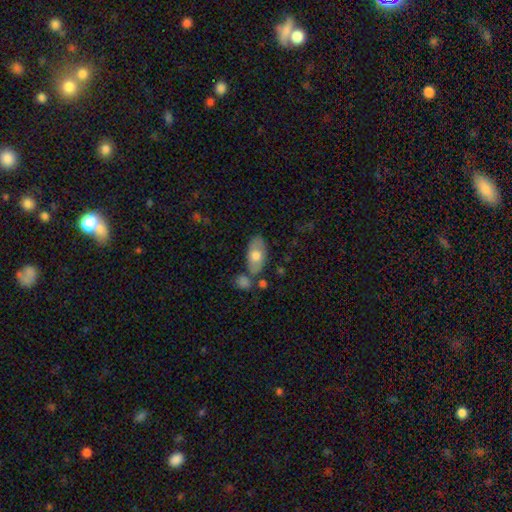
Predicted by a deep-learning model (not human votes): Overall: smooth (63%; featured or disk 31%). How rounded: in between (91%). Merging: none (67%).